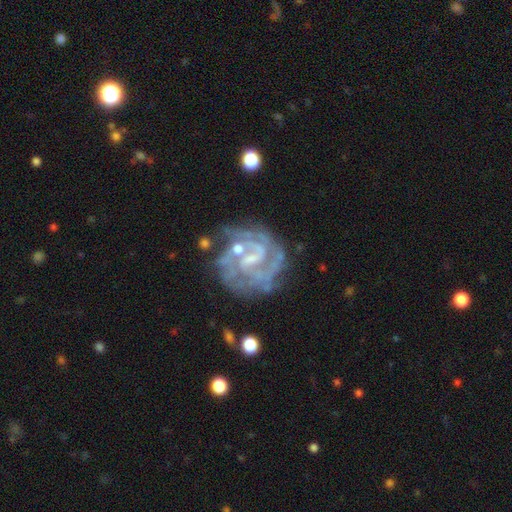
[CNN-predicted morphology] type=featured or disk (82%); edge-on=no (98%); bar=weak (48%); spiral arms=yes (90%); winding=tight (57%); arm count=can't tell (31%); bulge=small (50%); merging=none (64%).